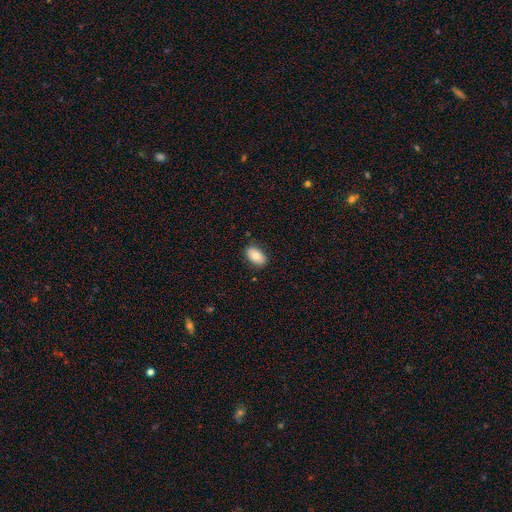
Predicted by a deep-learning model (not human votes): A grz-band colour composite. It shows a smooth galaxy with no disk features (77%) that is in between round and cigar-shaped (92%). Merging: none (86%).